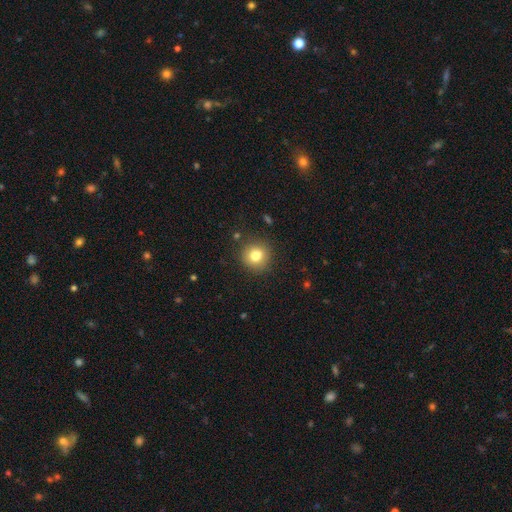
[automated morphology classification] type=smooth (81%); roundness=round (91%); merging=none (88%).